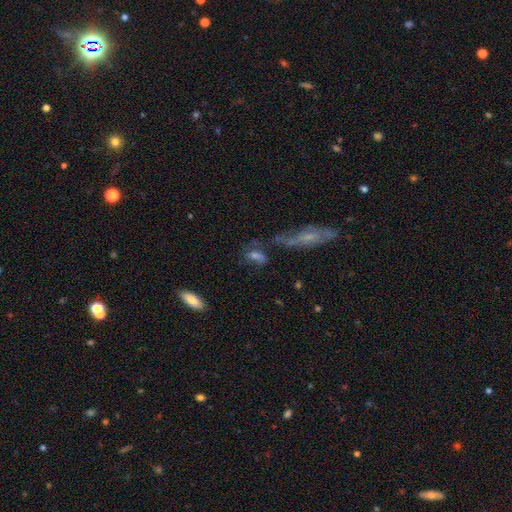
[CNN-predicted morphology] This appears to be a smooth galaxy with no disk features (49%). Merging: none (44%).